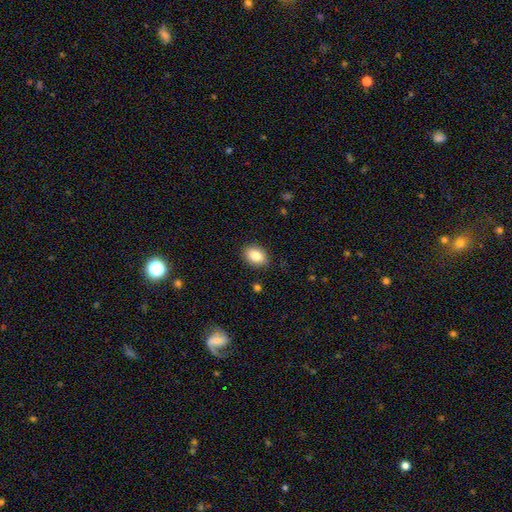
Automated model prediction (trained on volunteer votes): Q: Smooth or featured?
A: smooth (83%); runner-up: featured or disk (9%)
Q: How rounded?
A: in between (77%); runner-up: round (22%)
Q: Merging?
A: none (87%); runner-up: minor disturbance (10%)